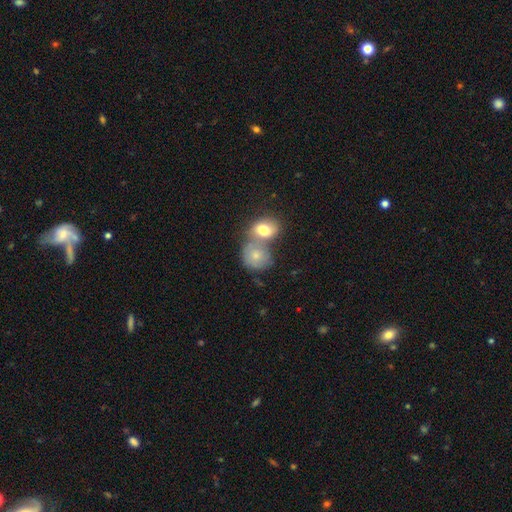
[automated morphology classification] type=smooth (71%); roundness=round (67%); merging=merger (60%).